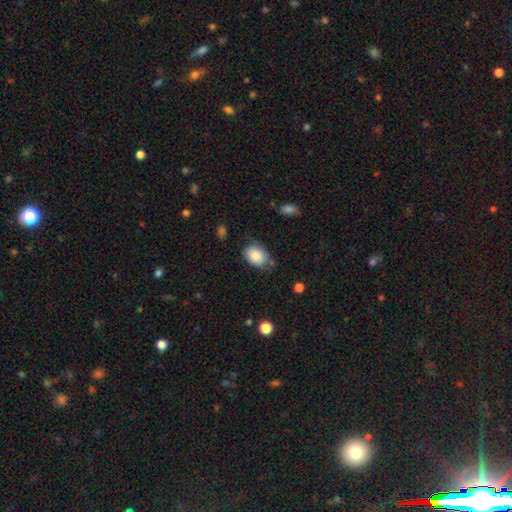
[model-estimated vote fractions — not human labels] Smooth or featured?
  - smooth: 85% *
  - star or artifact: 8%
  - featured or disk: 7%
How rounded?
  - in between: 66% *
  - round: 33%
  - cigar-shaped: 1%
Merging?
  - none: 59% *
  - minor disturbance: 30%
  - major disturbance: 7%
  - merger: 4%